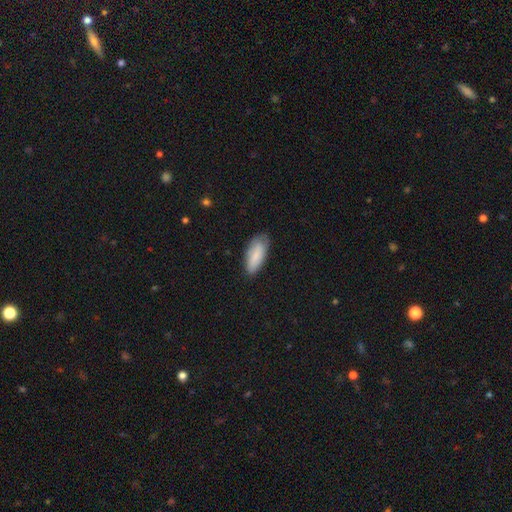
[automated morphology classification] Overall: smooth (82%). How rounded: in between (81%). Merging: none (75%).